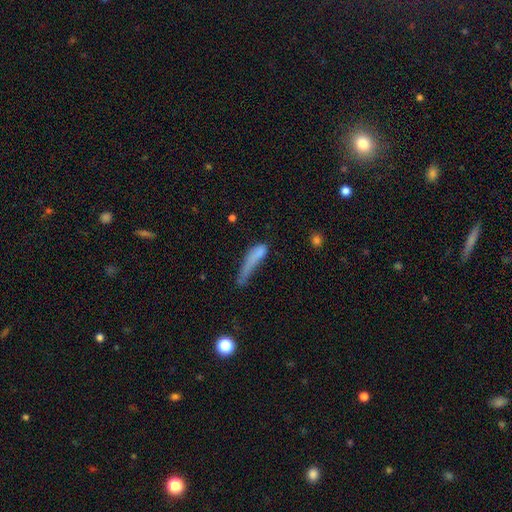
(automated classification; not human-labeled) Morphology: type=smooth (68%); roundness=cigar-shaped (73%); merging=major disturbance (40%).